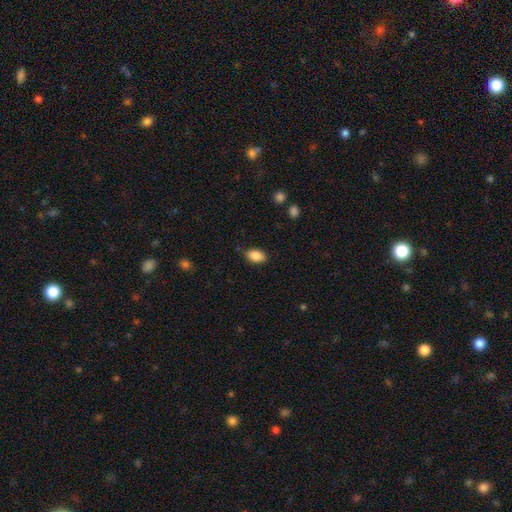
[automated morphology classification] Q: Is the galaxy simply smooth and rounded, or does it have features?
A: smooth — 87%.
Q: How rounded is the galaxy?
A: in between — 91%.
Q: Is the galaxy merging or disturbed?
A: none — 84%.